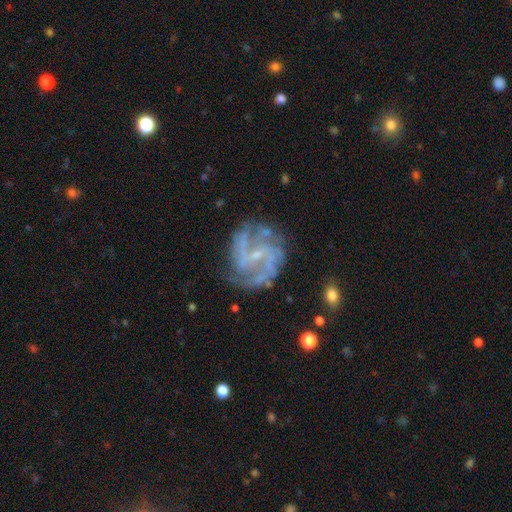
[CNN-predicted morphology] Smooth or featured?
  - featured or disk: 87% *
  - star or artifact: 7%
  - smooth: 6%
Edge-on disk?
  - no: 98% *
  - yes: 2%
Bar?
  - weak: 51% *
  - no: 27%
  - strong: 22%
Spiral arms?
  - yes: 95% *
  - no: 5%
Spiral winding?
  - medium: 51% *
  - tight: 27%
  - loose: 22%
Spiral arm count?
  - 2: 48% *
  - 3: 19%
  - can't tell: 16%
  - 4: 7%
  - 1: 5%
  - more than 4: 5%
Bulge size?
  - small: 72% *
  - none: 15%
  - moderate: 12%
  - large: 1%
  - dominant: 1%
Merging?
  - none: 71% *
  - minor disturbance: 17%
  - major disturbance: 10%
  - merger: 2%